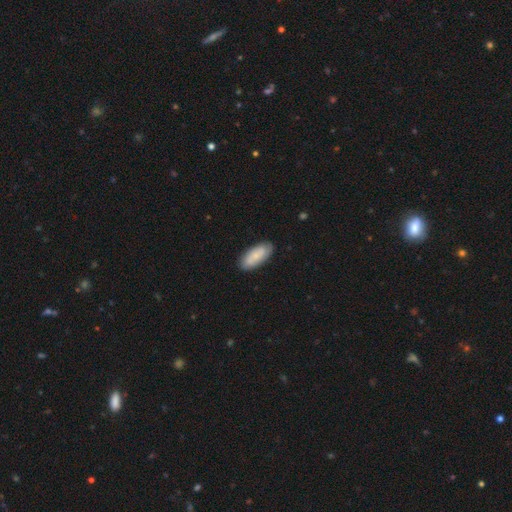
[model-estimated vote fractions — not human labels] A smooth galaxy with no disk features (64%) that is in between round and cigar-shaped (87%).

Vote fractions:
- Smooth or featured? smooth: 64% / featured or disk: 30% / star or artifact: 6%
- How rounded? in between: 87% / cigar-shaped: 11% / round: 2%
- Merging? none: 81% / minor disturbance: 14% / major disturbance: 3% / merger: 2%